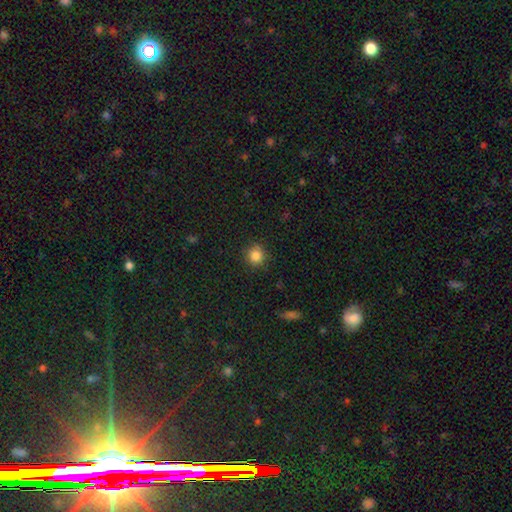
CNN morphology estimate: Q: Smooth or featured?
A: smooth (84%); runner-up: star or artifact (11%)
Q: How rounded?
A: round (93%); runner-up: in between (6%)
Q: Merging?
A: none (88%); runner-up: minor disturbance (8%)